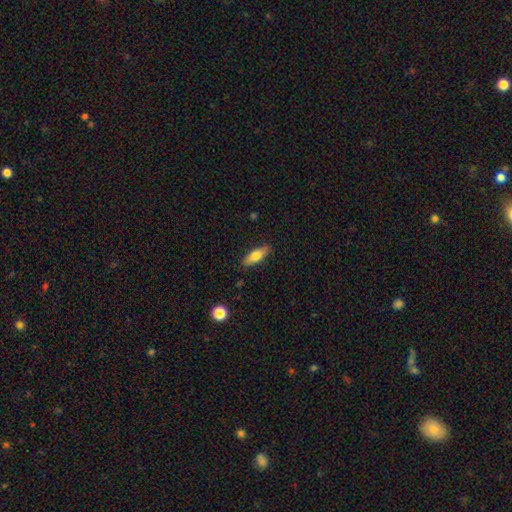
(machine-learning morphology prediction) Smooth or featured? smooth (70%)
How rounded? in between (64%)
Merging? none (85%)